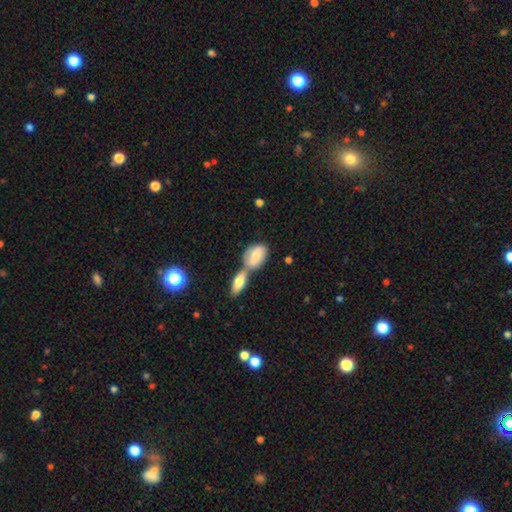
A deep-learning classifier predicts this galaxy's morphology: A smooth galaxy with no disk features (73%) that is in between round and cigar-shaped (81%). Merging: merger (57%).